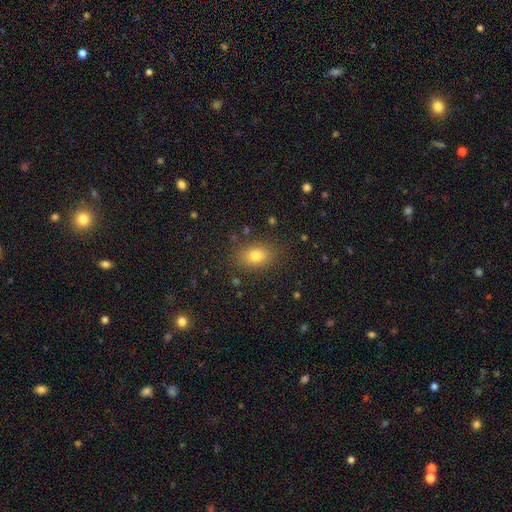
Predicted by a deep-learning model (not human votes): A smooth galaxy with no disk features (79%) that is in between round and cigar-shaped (73%).

Vote fractions:
- Smooth or featured? smooth: 79% / star or artifact: 12% / featured or disk: 9%
- How rounded? in between: 73% / round: 25% / cigar-shaped: 1%
- Merging? none: 84% / minor disturbance: 11% / major disturbance: 4% / merger: 2%